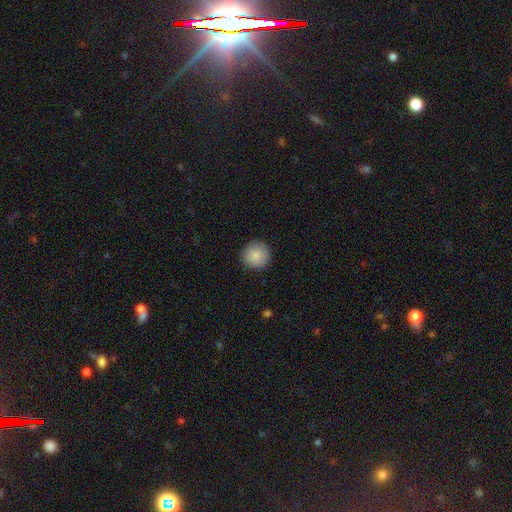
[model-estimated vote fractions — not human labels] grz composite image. It shows a smooth galaxy with no disk features (87%) that is round (95%). Merging: none (90%).